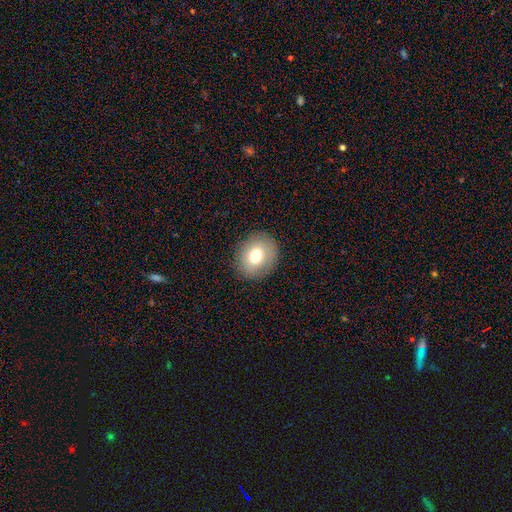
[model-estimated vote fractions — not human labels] This is likely a smooth galaxy (75%). How rounded: likely round (63%). Merging: clearly none (88%).